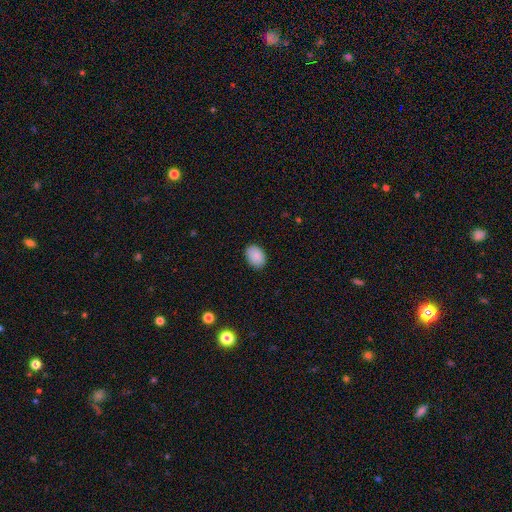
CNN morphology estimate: smooth 89%, star or artifact 7%, featured or disk 4%. Down the decision tree: how rounded — in between (85%); merging — none (87%).